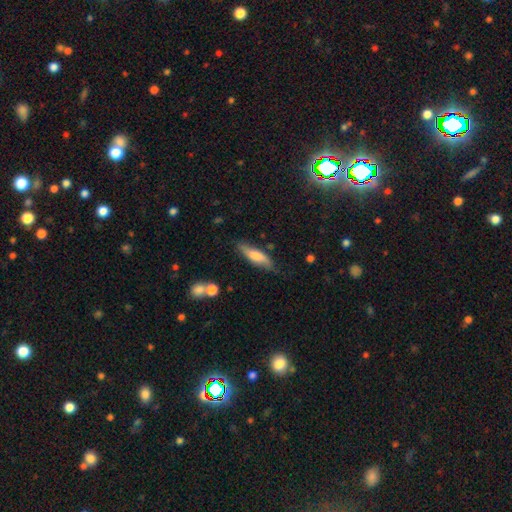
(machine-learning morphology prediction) Smooth or featured: smooth — 60% (featured or disk — 33%)
How rounded: cigar-shaped — 61% (in between — 37%)
Merging: none — 73% (minor disturbance — 20%)